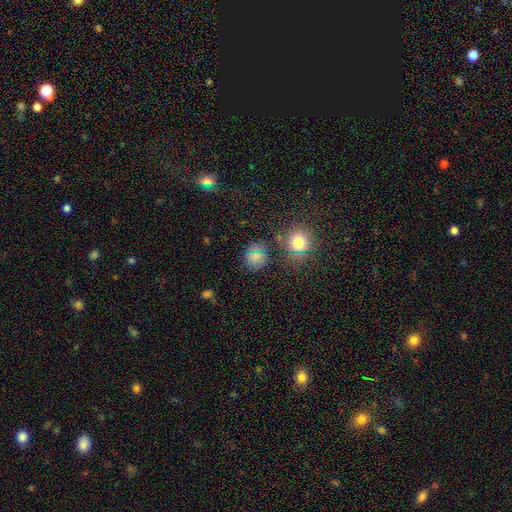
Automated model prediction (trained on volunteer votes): Smooth or featured? smooth (68%)
How rounded? round (87%)
Merging? none (82%)